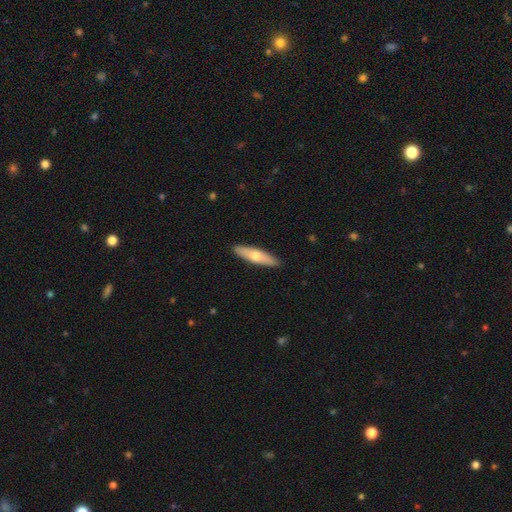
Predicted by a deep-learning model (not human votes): A smooth galaxy with no disk features (59%) that is cigar-shaped (73%).

Vote fractions:
- Smooth or featured? smooth: 59% / featured or disk: 36% / star or artifact: 5%
- How rounded? cigar-shaped: 73% / in between: 25% / round: 2%
- Merging? none: 90% / minor disturbance: 7% / major disturbance: 2% / merger: 1%